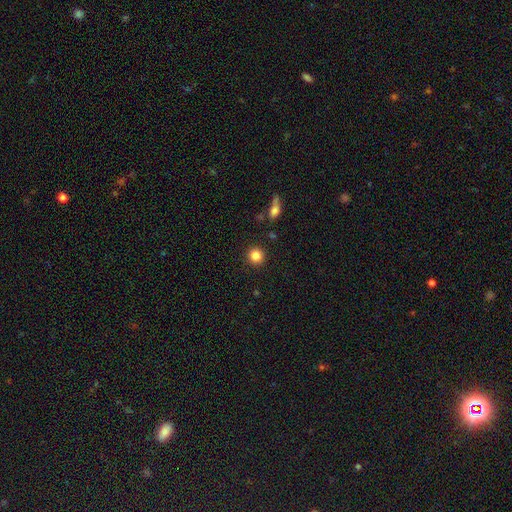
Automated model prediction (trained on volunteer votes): smooth 85%, star or artifact 10%, featured or disk 5%. Down the decision tree: how rounded — round (93%); merging — none (90%).